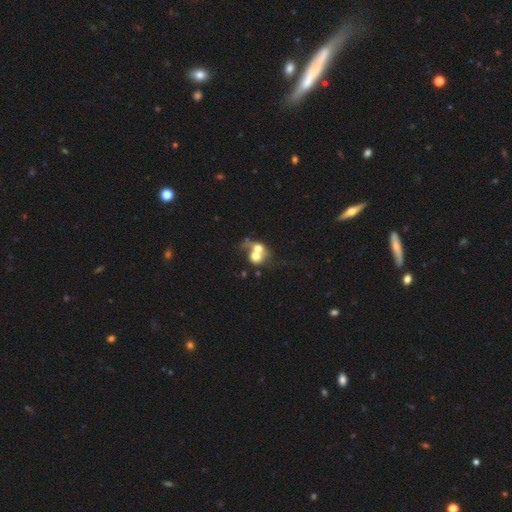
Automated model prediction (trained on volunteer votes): Smooth or featured: smooth — 57% (featured or disk — 31%)
How rounded: round — 66% (in between — 33%)
Merging: merger — 69% (none — 18%)